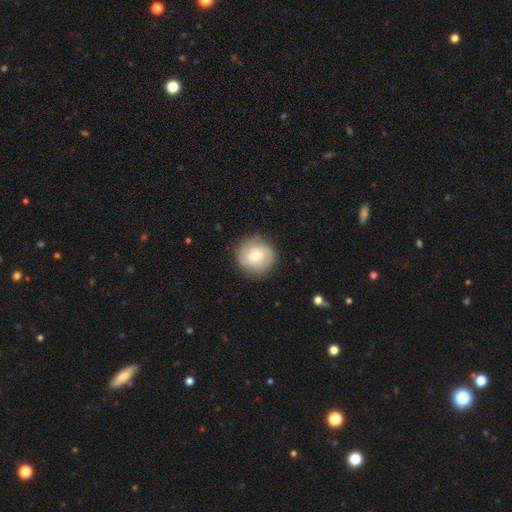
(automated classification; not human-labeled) The model was most divided on "smooth or featured": smooth: 60%, featured or disk: 32%, star or artifact: 8%. More confident: how rounded — round (91%); merging — none (83%).